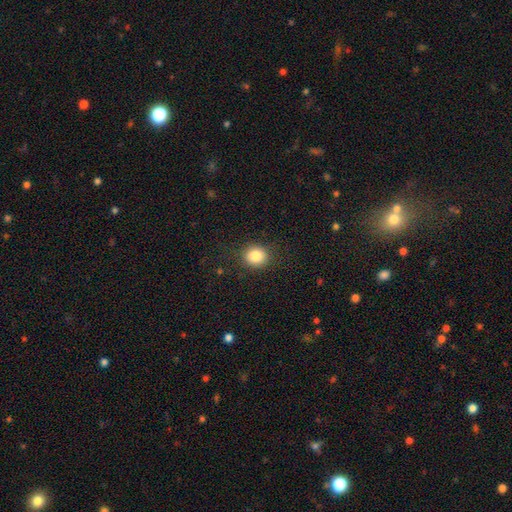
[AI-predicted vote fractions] The model was most divided on "how rounded": round: 81%, in between: 18%, cigar-shaped: 1%. More confident: merging — none (87%); smooth or featured — smooth (84%).